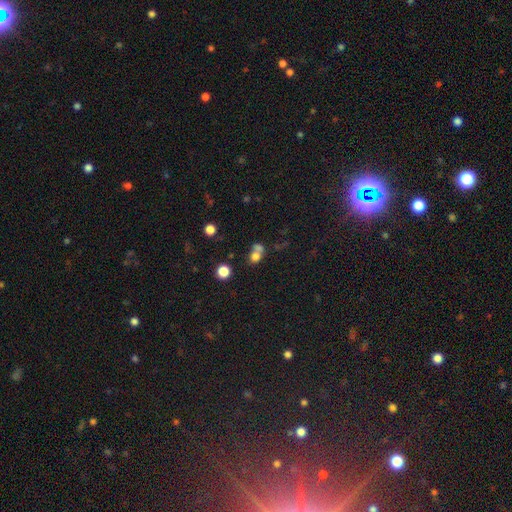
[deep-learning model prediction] Smooth or featured? smooth (71%)
How rounded? round (66%)
Merging? merger (55%)